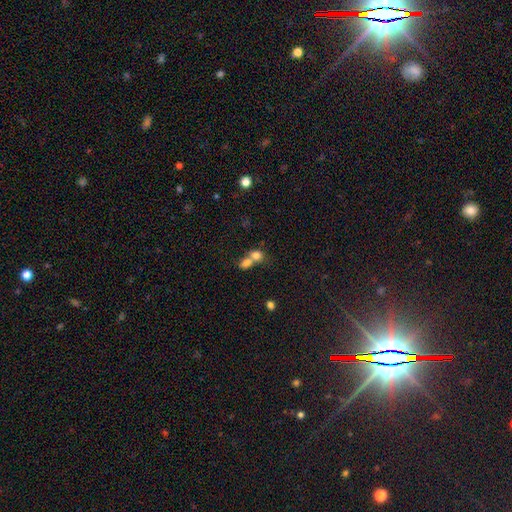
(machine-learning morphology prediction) This appears to be a smooth galaxy with no disk features (76%) that is round (55%). Merging: merger (68%).